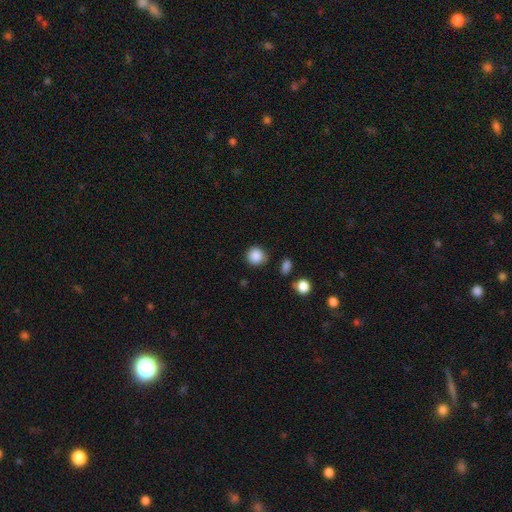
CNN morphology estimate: Overall: smooth (88%). How rounded: round (91%). Merging: none (84%).